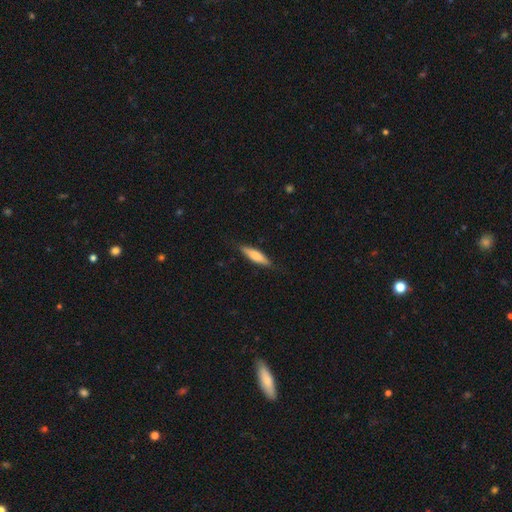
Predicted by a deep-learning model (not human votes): smooth_or_featured: smooth (p=0.70) [alt: featured or disk p=0.25]
how_rounded: cigar-shaped (p=0.70) [alt: in between p=0.29]
merging: none (p=0.84) [alt: minor disturbance p=0.13]